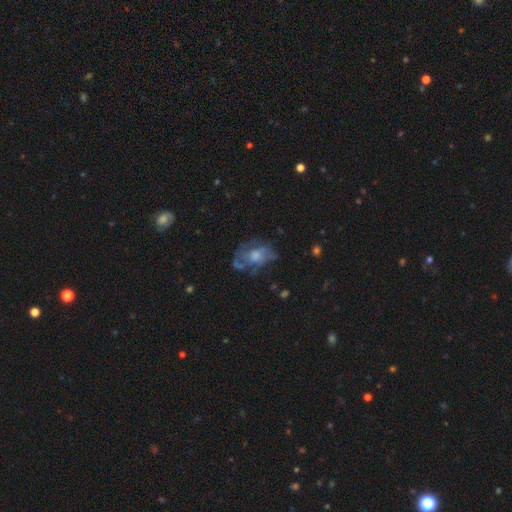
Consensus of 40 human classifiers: This is likely a featured or disk galaxy (60%). It is clearly not viewed edge-on (96%). Bar: clearly no (96%). Spiral arm pattern: possibly yes (52%). Spiral arm count: possibly can't tell (58%). Spiral winding: possibly medium (50%). Central bulge: possibly moderate (57%). Merging: marginally none (43%).